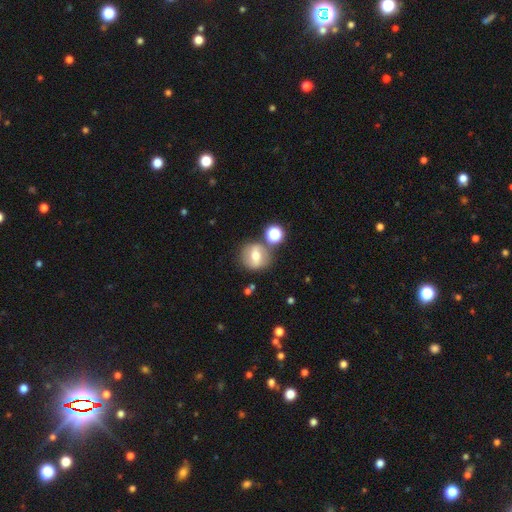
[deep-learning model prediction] Smooth or featured? Predicted: smooth (p=0.50). Merging? Predicted: none (p=0.70).